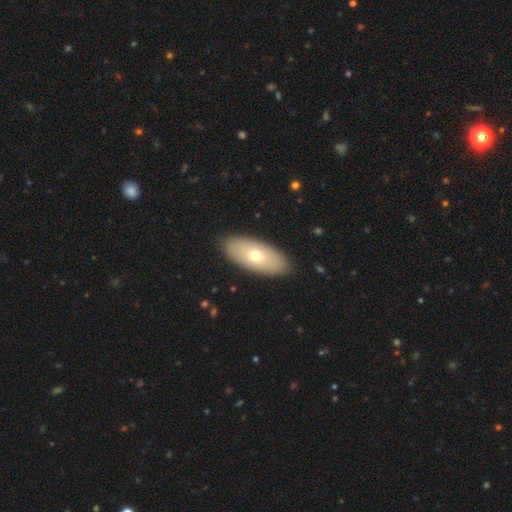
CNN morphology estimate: smooth-or-featured: smooth: 65% | featured or disk: 29% | star or artifact: 6%
  how-rounded: in between: 88% | cigar-shaped: 9% | round: 3%
  merging: none: 90% | minor disturbance: 7% | major disturbance: 2% | merger: 1%